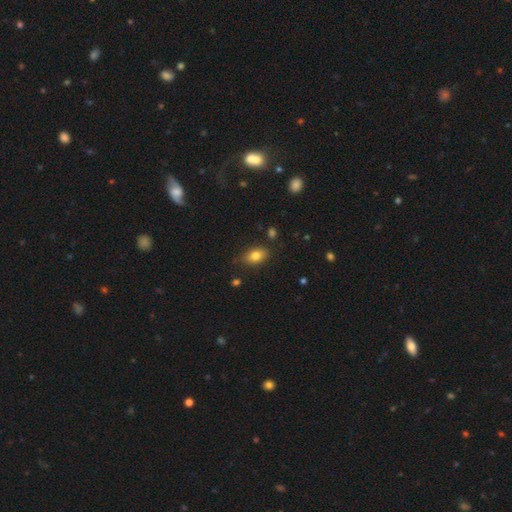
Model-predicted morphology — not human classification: A smooth galaxy with no disk features (80%) that is in between round and cigar-shaped (86%).

Vote fractions:
- Smooth or featured? smooth: 80% / featured or disk: 11% / star or artifact: 9%
- How rounded? in between: 86% / round: 11% / cigar-shaped: 3%
- Merging? none: 83% / minor disturbance: 13% / major disturbance: 3% / merger: 2%